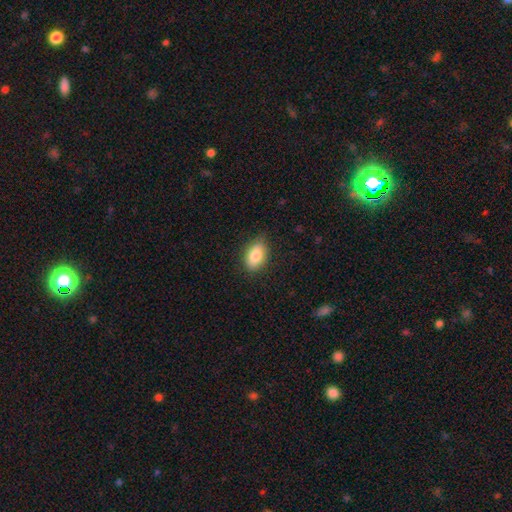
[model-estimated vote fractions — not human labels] Smooth or featured?
  - smooth: 82% *
  - featured or disk: 10%
  - star or artifact: 7%
How rounded?
  - in between: 88% *
  - round: 9%
  - cigar-shaped: 3%
Merging?
  - none: 81% *
  - minor disturbance: 15%
  - major disturbance: 3%
  - merger: 1%